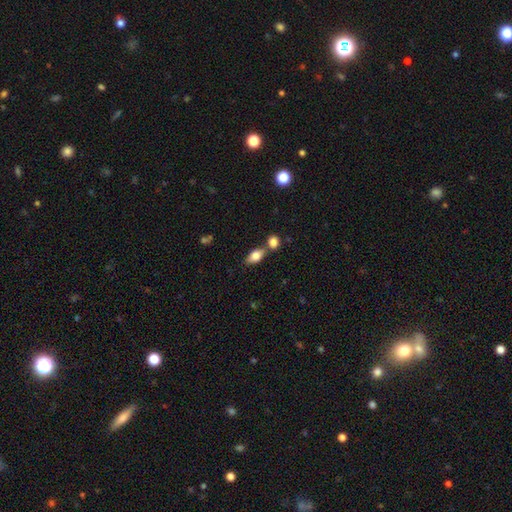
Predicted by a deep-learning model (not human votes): A smooth galaxy with no disk features (77%) that is in between round and cigar-shaped (85%).

Vote fractions:
- Smooth or featured? smooth: 77% / featured or disk: 15% / star or artifact: 8%
- How rounded? in between: 85% / cigar-shaped: 7% / round: 7%
- Merging? none: 55% / merger: 30% / minor disturbance: 11% / major disturbance: 3%